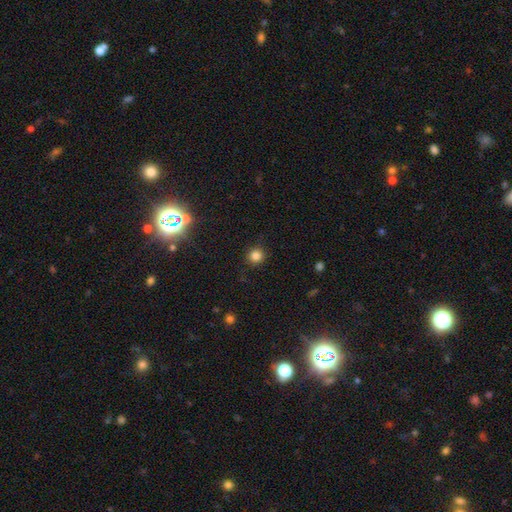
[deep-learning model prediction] Smooth or featured? Predicted: smooth (p=0.82). How rounded? Predicted: round (p=0.93). Merging? Predicted: none (p=0.90).